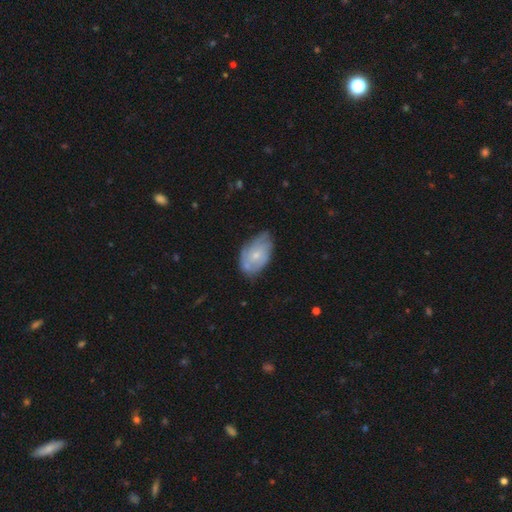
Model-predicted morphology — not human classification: This is possibly a featured or disk galaxy (49%). Merging: possibly none (51%).